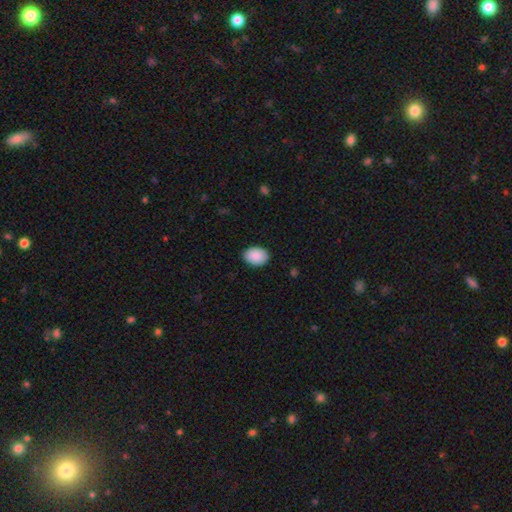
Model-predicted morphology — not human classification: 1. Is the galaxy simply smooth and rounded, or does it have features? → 90% smooth, 6% star or artifact, 3% featured or disk.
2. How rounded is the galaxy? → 76% in between, 23% round, 1% cigar-shaped.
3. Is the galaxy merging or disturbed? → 89% none, 8% minor disturbance, 2% major disturbance, 1% merger.